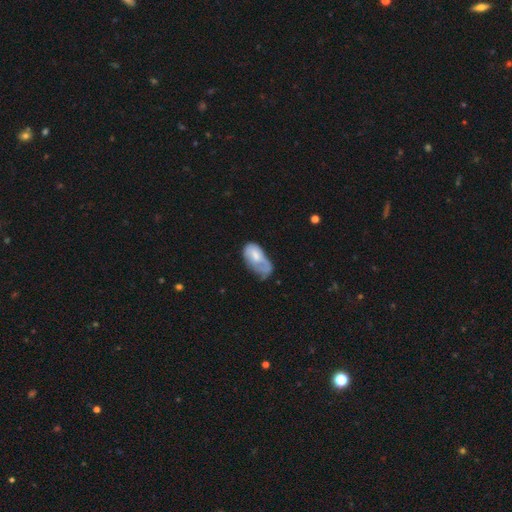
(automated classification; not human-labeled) A smooth galaxy with no disk features (58%) that is in between round and cigar-shaped (93%).

Vote fractions:
- Smooth or featured? smooth: 58% / featured or disk: 35% / star or artifact: 7%
- How rounded? in between: 93% / round: 4% / cigar-shaped: 4%
- Merging? major disturbance: 38% / minor disturbance: 36% / none: 22% / merger: 5%